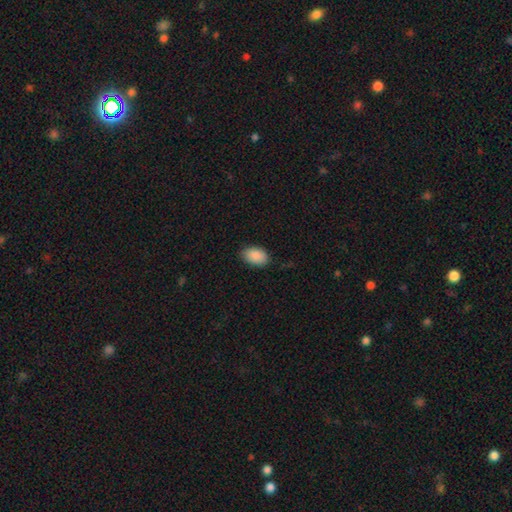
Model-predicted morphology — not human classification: This is clearly a smooth galaxy (90%). How rounded: clearly in between (91%). Merging: clearly none (84%).